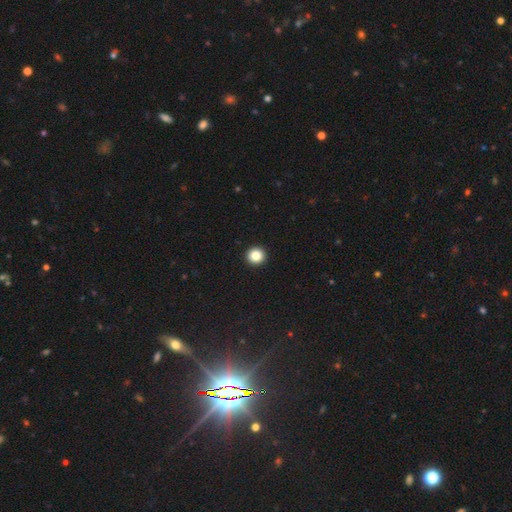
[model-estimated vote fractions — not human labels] smooth_or_featured: smooth (p=0.85) [alt: star or artifact p=0.11]
how_rounded: round (p=0.94) [alt: in between p=0.05]
merging: none (p=0.94) [alt: minor disturbance p=0.04]